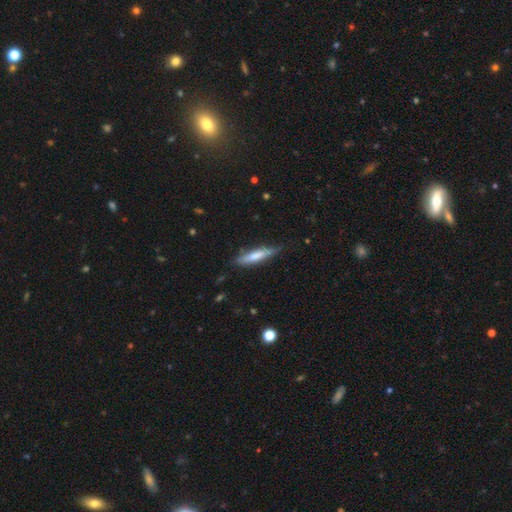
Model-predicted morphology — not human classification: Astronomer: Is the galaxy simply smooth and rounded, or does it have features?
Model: smooth — 64%.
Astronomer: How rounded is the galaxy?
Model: cigar-shaped — 84%.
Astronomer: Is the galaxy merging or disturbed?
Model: none — 78%.